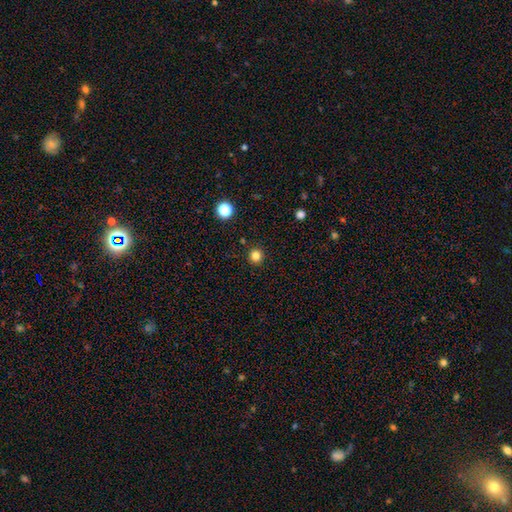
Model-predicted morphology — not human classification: Overall: smooth (82%). How rounded: round (95%). Merging: none (92%).